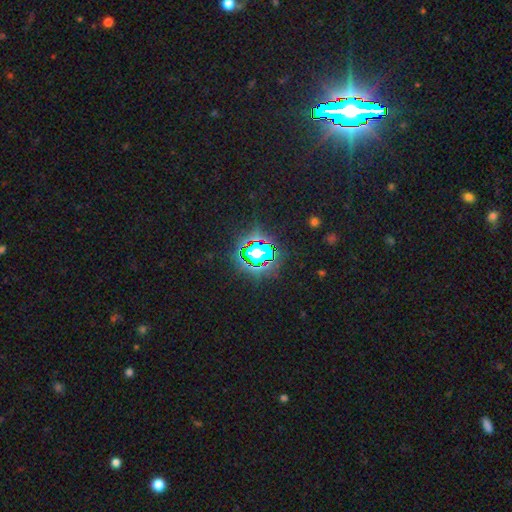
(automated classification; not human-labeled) smooth-or-featured: star or artifact: 71% | smooth: 18% | featured or disk: 11%